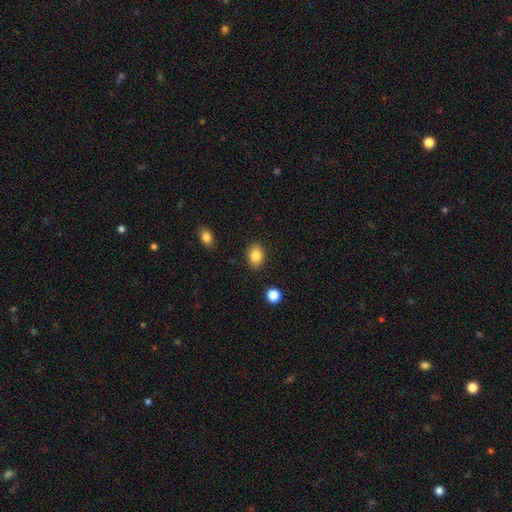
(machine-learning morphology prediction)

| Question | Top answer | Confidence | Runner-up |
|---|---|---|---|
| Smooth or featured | smooth | 85% | star or artifact (9%) |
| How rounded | in between | 65% | round (34%) |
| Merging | none | 87% | minor disturbance (9%) |